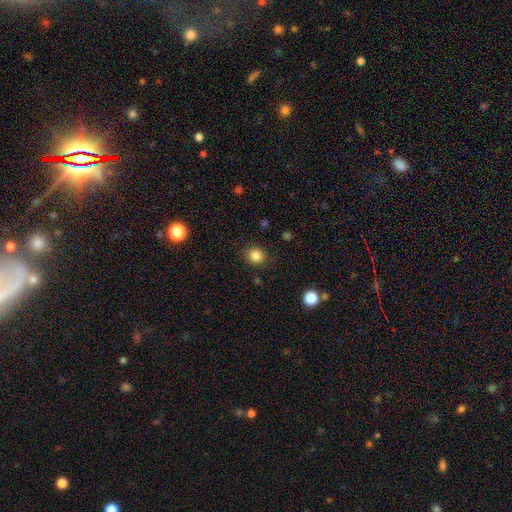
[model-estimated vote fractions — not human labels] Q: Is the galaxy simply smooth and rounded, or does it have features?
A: smooth — 85%.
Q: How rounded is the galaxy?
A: round — 76%.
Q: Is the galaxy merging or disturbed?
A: none — 86%.